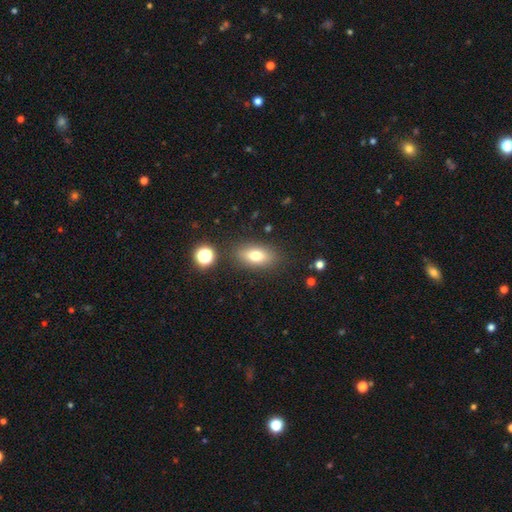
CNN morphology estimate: Overall: smooth (75%). How rounded: in between (82%). Merging: none (83%).